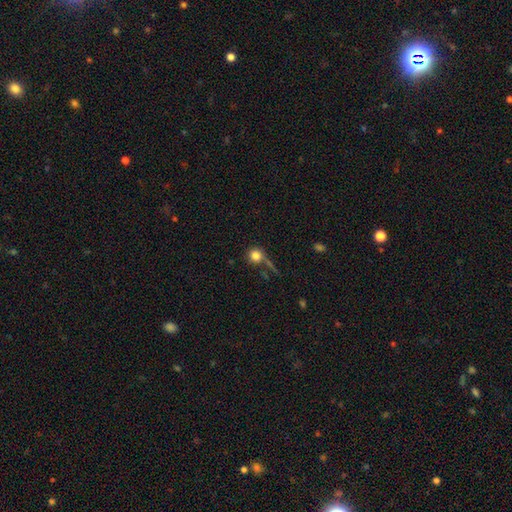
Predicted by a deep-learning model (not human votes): Morphology: type=smooth (81%); roundness=round (90%); merging=none (60%).